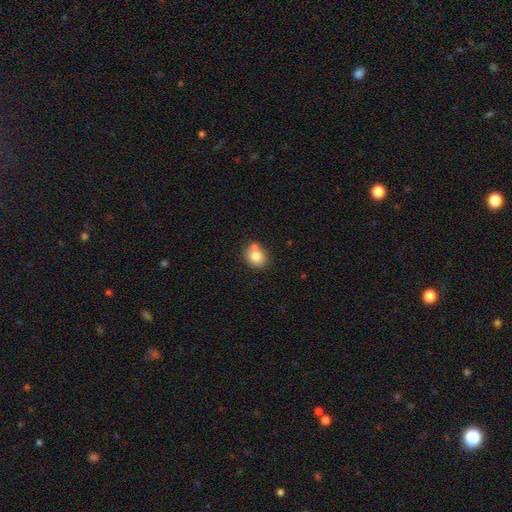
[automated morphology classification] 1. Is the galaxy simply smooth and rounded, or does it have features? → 79% smooth, 11% featured or disk, 10% star or artifact.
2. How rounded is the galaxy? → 69% round, 30% in between, 1% cigar-shaped.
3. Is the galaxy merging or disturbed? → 64% none, 20% merger, 13% minor disturbance, 3% major disturbance.